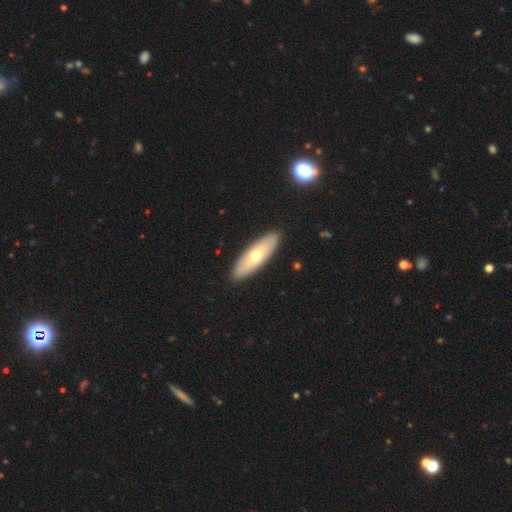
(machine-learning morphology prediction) Smooth or featured? Predicted: smooth (p=0.58). How rounded? Predicted: in between (p=0.53). Merging? Predicted: none (p=0.91).